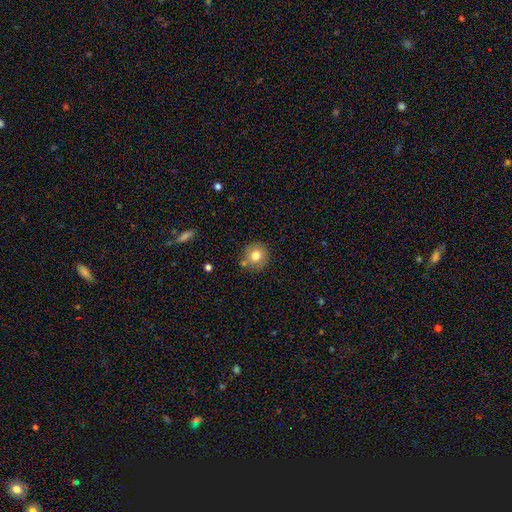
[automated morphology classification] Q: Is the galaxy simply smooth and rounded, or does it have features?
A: smooth — 77%.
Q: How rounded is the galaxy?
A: round — 90%.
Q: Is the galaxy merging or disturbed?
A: none — 75%.